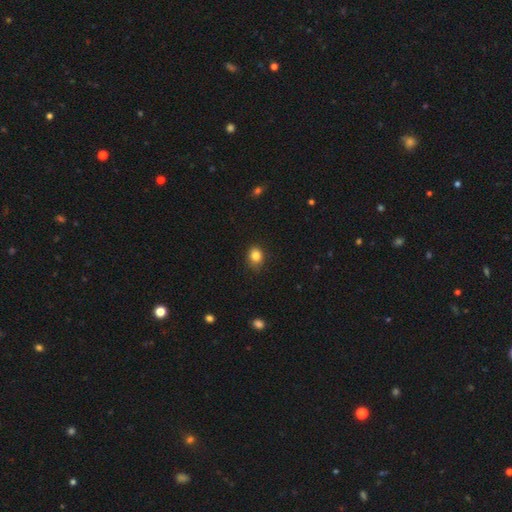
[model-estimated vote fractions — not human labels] Smooth or featured?
  - smooth: 84% *
  - star or artifact: 11%
  - featured or disk: 5%
How rounded?
  - round: 58% *
  - in between: 41%
  - cigar-shaped: 1%
Merging?
  - none: 82% *
  - minor disturbance: 14%
  - major disturbance: 3%
  - merger: 1%